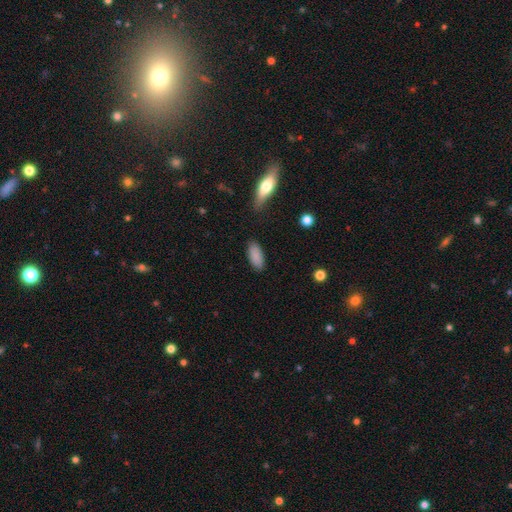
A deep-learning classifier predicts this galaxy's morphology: smooth 88%, star or artifact 7%, featured or disk 5%. Down the decision tree: how rounded — in between (87%); merging — none (86%).